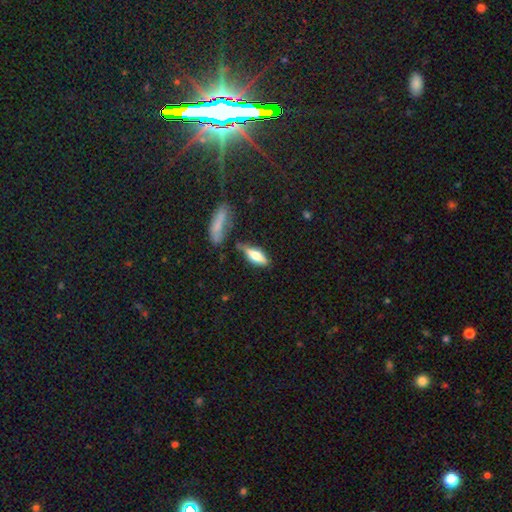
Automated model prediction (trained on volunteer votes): This is possibly a smooth galaxy (56%). How rounded: possibly in between (50%). Merging: likely none (67%).